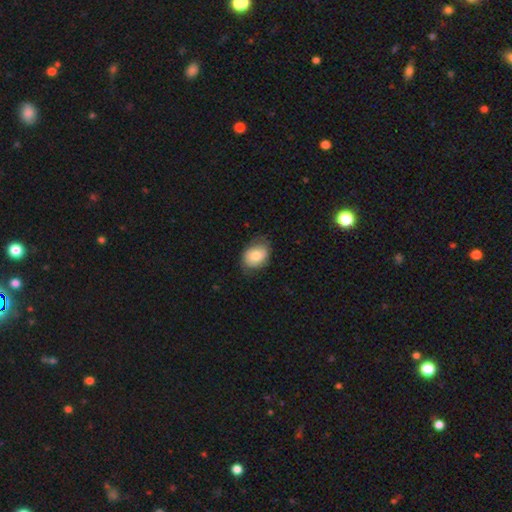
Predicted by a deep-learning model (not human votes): smooth 77%, featured or disk 16%, star or artifact 7%. Down the decision tree: how rounded — in between (68%); merging — none (70%).